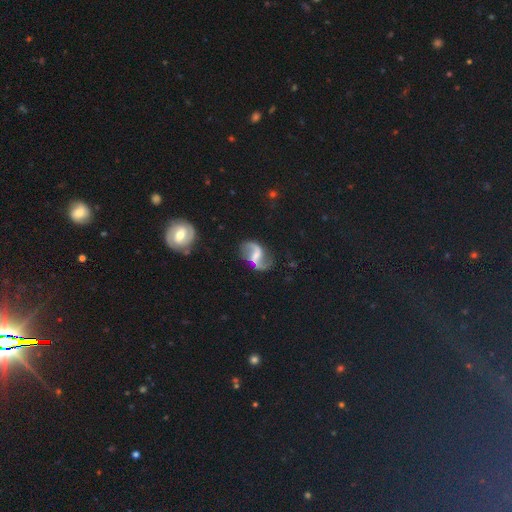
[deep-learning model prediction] A featured or disk galaxy (88%) with a weak bar (50%), 2 (93%) loose (70%) spiral arms (96%) and no central bulge (37%).

Vote fractions:
- Smooth or featured? featured or disk: 88% / smooth: 6% / star or artifact: 6%
- Edge-on disk? no: 98% / yes: 2%
- Bar? weak: 50% / strong: 31% / no: 20%
- Spiral arms? yes: 96% / no: 4%
- Spiral winding? loose: 70% / medium: 25% / tight: 5%
- Spiral arm count? 2: 93% / 1: 2% / can't tell: 2% / 3: 1% / 4: 1% / more than 4: 1%
- Bulge size? none: 37% / small: 32% / moderate: 25% / large: 5% / dominant: 1%
- Merging? none: 74% / minor disturbance: 16% / major disturbance: 7% / merger: 3%